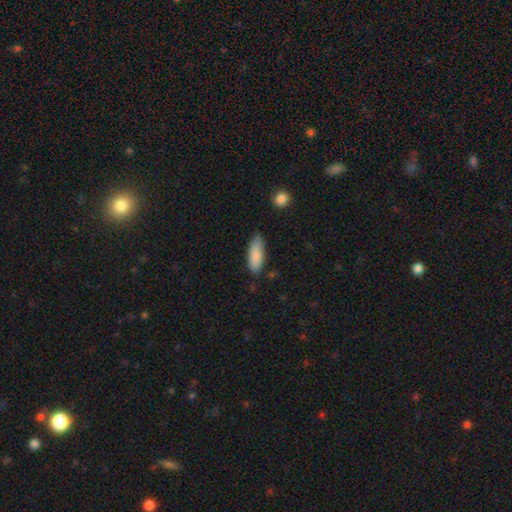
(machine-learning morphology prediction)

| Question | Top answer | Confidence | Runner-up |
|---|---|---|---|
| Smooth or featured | smooth | 87% | featured or disk (7%) |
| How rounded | in between | 69% | cigar-shaped (29%) |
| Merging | none | 73% | minor disturbance (21%) |